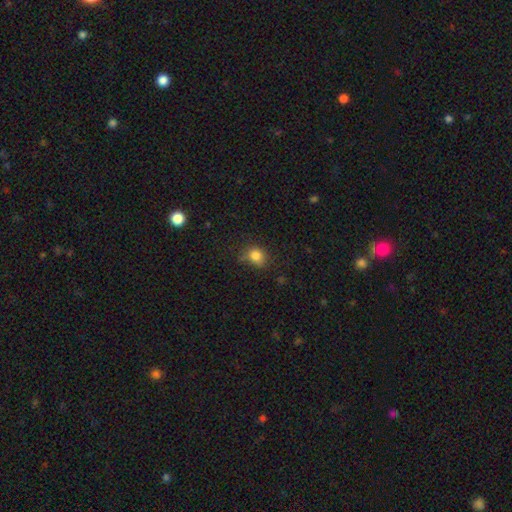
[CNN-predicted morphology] Overall: smooth (82%). How rounded: round (65%; in between 34%). Merging: none (67%).